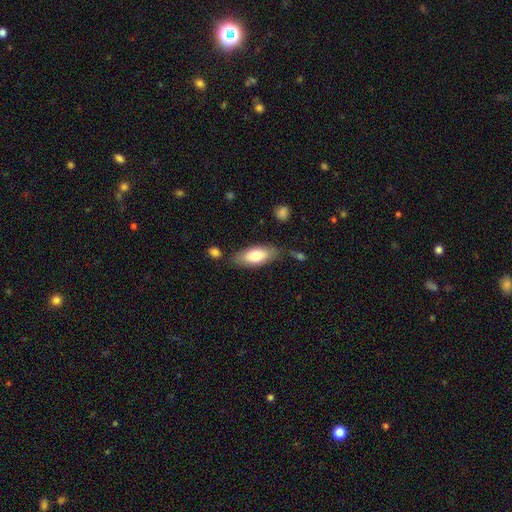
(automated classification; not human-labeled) A smooth galaxy with no disk features (74%) that is in between round and cigar-shaped (79%).

Vote fractions:
- Smooth or featured? smooth: 74% / featured or disk: 20% / star or artifact: 6%
- How rounded? in between: 79% / cigar-shaped: 19% / round: 2%
- Merging? none: 75% / minor disturbance: 17% / merger: 5% / major disturbance: 4%